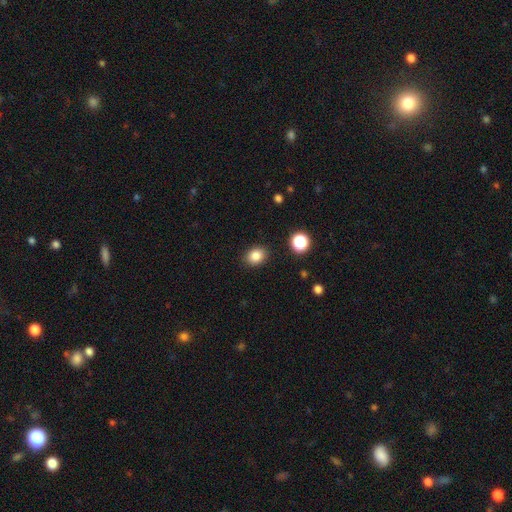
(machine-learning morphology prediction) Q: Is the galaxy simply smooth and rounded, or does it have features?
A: smooth — 85%.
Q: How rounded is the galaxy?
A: round — 52%.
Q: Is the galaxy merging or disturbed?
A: none — 88%.